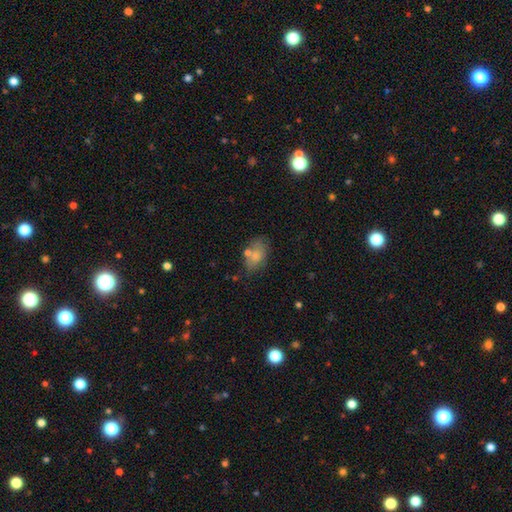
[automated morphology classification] Q: Smooth or featured?
A: smooth (74%); runner-up: featured or disk (17%)
Q: How rounded?
A: in between (87%); runner-up: round (12%)
Q: Merging?
A: none (54%); runner-up: minor disturbance (22%)